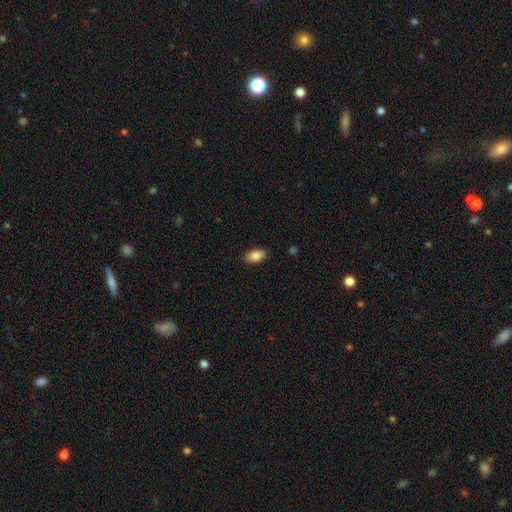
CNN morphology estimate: Q: Smooth or featured?
A: smooth (87%); runner-up: star or artifact (7%)
Q: How rounded?
A: in between (93%); runner-up: round (4%)
Q: Merging?
A: none (88%); runner-up: minor disturbance (9%)